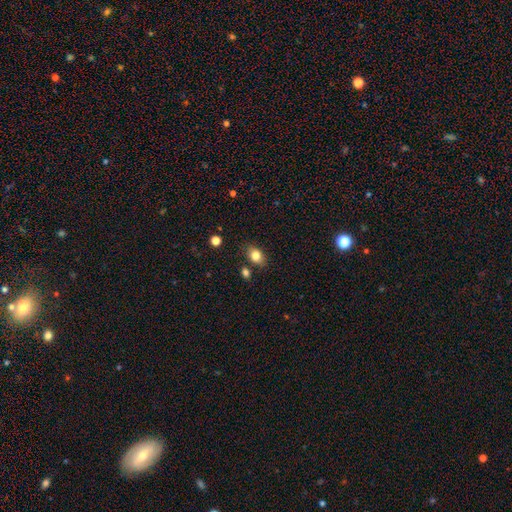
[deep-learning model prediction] A smooth galaxy with no disk features (82%) that is in between round and cigar-shaped (77%). Merging: none (80%).